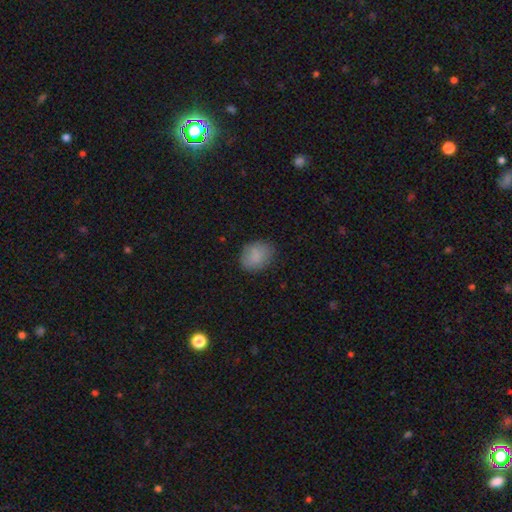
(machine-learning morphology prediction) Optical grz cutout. It shows a smooth galaxy with no disk features (85%) that is in between round and cigar-shaped (50%). Merging: none (79%).